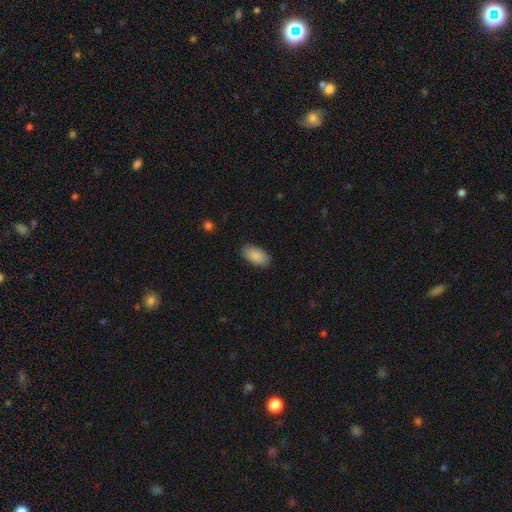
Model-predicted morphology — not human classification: Smooth or featured?
  - smooth: 90% *
  - star or artifact: 6%
  - featured or disk: 4%
How rounded?
  - in between: 95% *
  - cigar-shaped: 3%
  - round: 2%
Merging?
  - none: 88% *
  - minor disturbance: 9%
  - major disturbance: 2%
  - merger: 1%